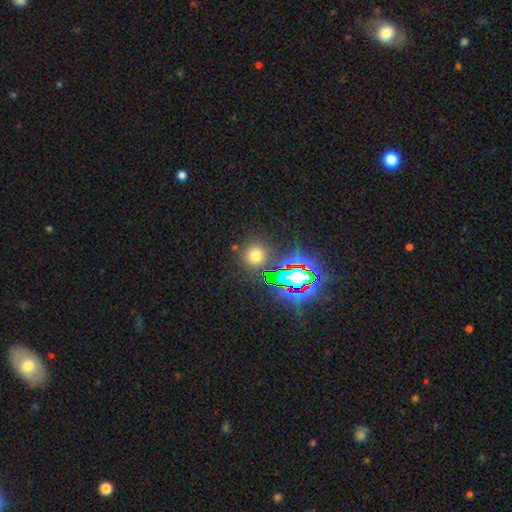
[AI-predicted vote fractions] Smooth or featured?
  - smooth: 65% *
  - star or artifact: 28%
  - featured or disk: 8%
How rounded?
  - round: 91% *
  - in between: 8%
  - cigar-shaped: 1%
Merging?
  - none: 84% *
  - minor disturbance: 8%
  - merger: 5%
  - major disturbance: 3%